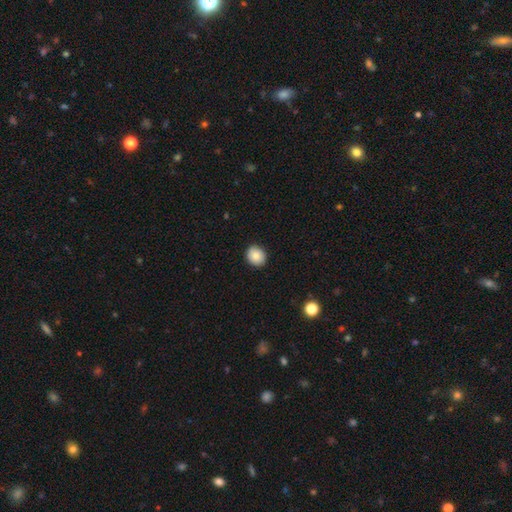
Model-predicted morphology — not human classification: This is clearly a smooth galaxy (87%). How rounded: likely round (76%). Merging: clearly none (90%).